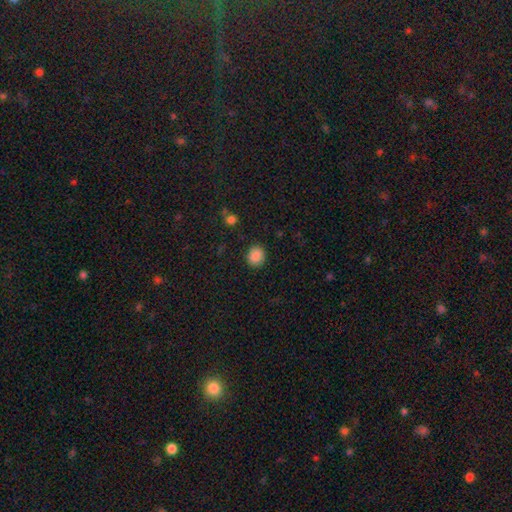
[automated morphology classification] This appears to be a smooth galaxy with no disk features (87%) that is round (73%). Merging: none (88%).